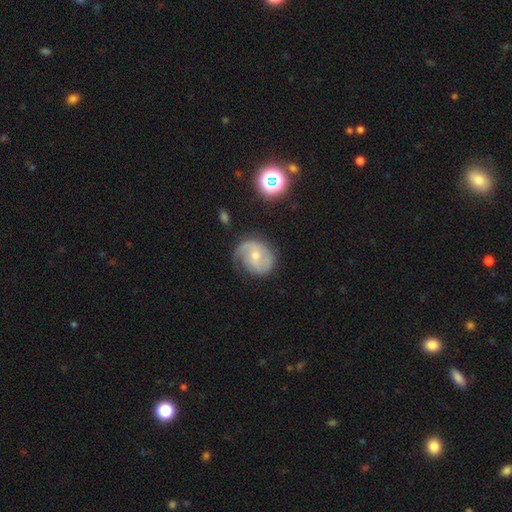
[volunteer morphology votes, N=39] Smooth or featured: featured or disk — 77% (smooth — 21%)
Edge-on disk: no — 100%
Bar: no — 77% (weak — 23%)
Spiral arms: yes — 83% (no — 17%)
Spiral winding: tight — 60% (medium — 24%)
Spiral arm count: 1 — 64% (can't tell — 24%)
Bulge size: moderate — 53% (small — 47%)
Merging: none — 58% (minor disturbance — 29%)